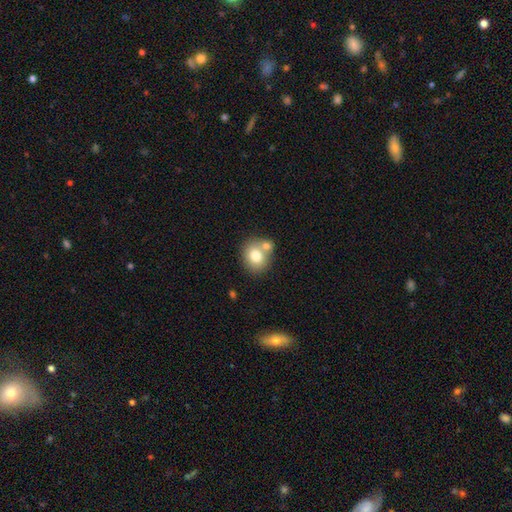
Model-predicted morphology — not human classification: Smooth or featured: smooth — 75% (featured or disk — 15%)
How rounded: round — 73% (in between — 26%)
Merging: none — 53% (merger — 33%)